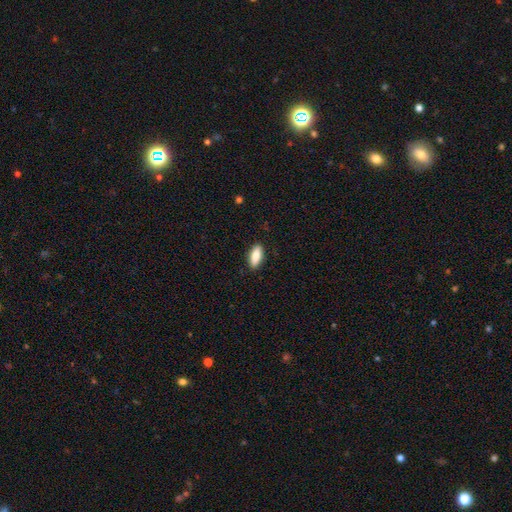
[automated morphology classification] A smooth galaxy with no disk features (79%) that is in between round and cigar-shaped (75%).

Vote fractions:
- Smooth or featured? smooth: 79% / featured or disk: 15% / star or artifact: 6%
- How rounded? in between: 75% / cigar-shaped: 23% / round: 2%
- Merging? none: 89% / minor disturbance: 8% / major disturbance: 2% / merger: 1%